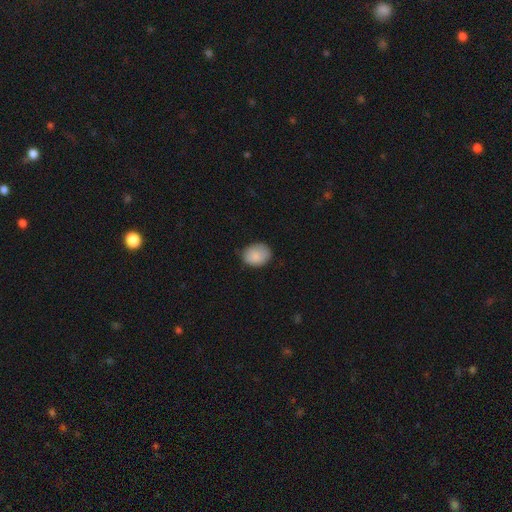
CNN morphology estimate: type=smooth (85%); roundness=in between (57%); merging=none (72%).